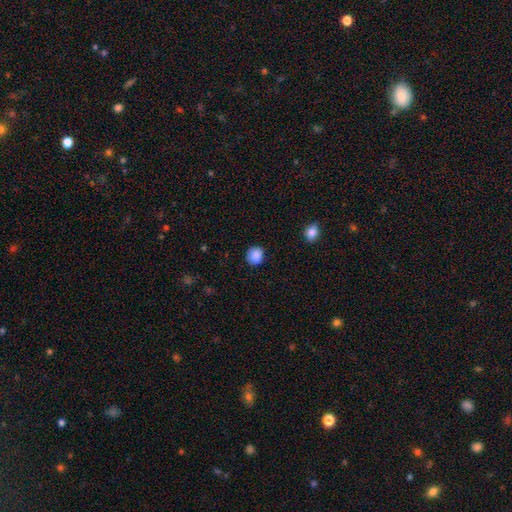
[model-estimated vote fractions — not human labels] This is clearly a smooth galaxy (88%). How rounded: likely round (78%). Merging: clearly none (81%).